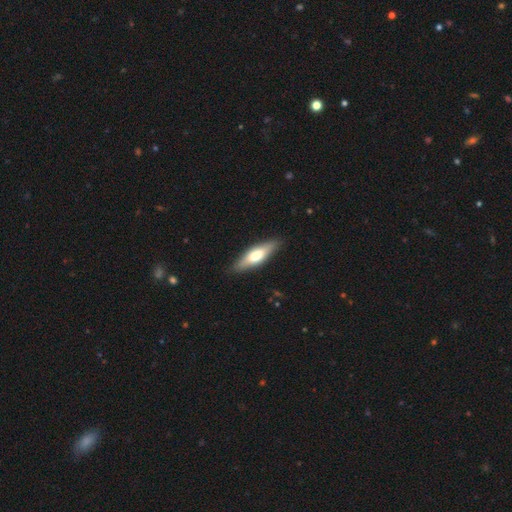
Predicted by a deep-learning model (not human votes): Smooth or featured: smooth — 55% (featured or disk — 40%)
How rounded: cigar-shaped — 55% (in between — 43%)
Merging: none — 86% (minor disturbance — 11%)